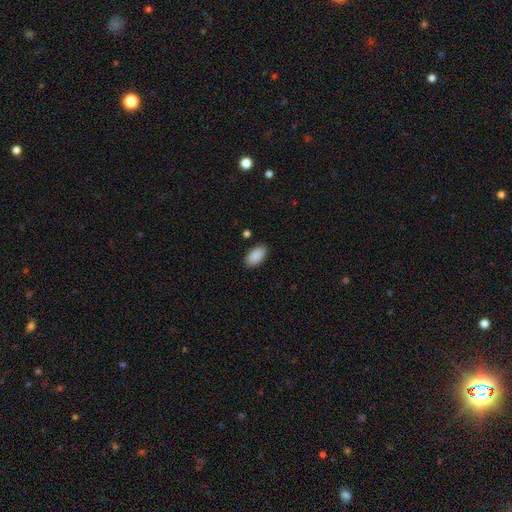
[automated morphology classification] smooth_or_featured: smooth (p=0.90) [alt: star or artifact p=0.07]
how_rounded: in between (p=0.95) [alt: round p=0.03]
merging: none (p=0.88) [alt: minor disturbance p=0.08]